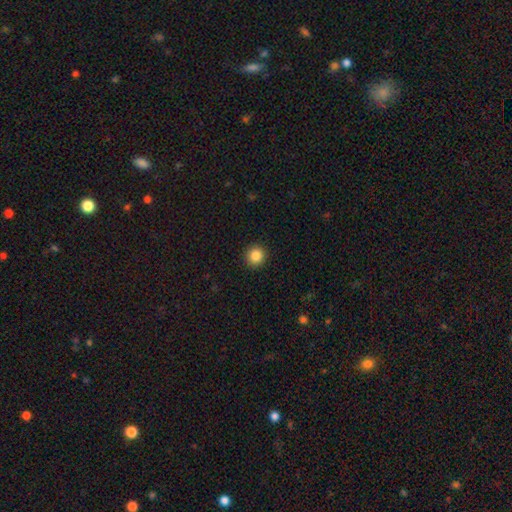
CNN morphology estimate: This appears to be a smooth galaxy with no disk features (86%) that is round (92%). Merging: none (92%).